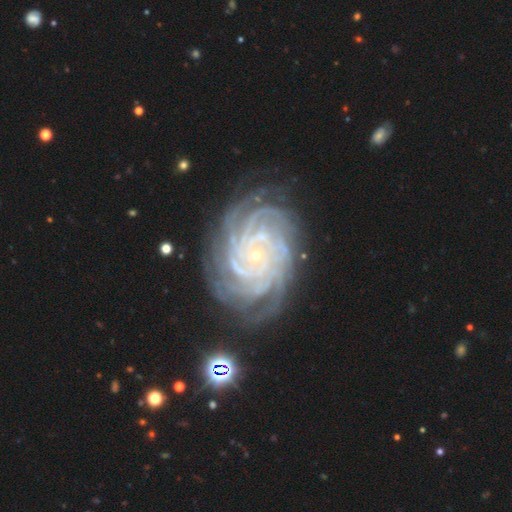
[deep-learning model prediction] A featured or disk galaxy (91%) with no bar (73%), more than 4 (39%) tight (82%) spiral arms (99%) and a small central bulge (87%).

Vote fractions:
- Smooth or featured? featured or disk: 91% / star or artifact: 5% / smooth: 4%
- Edge-on disk? no: 98% / yes: 2%
- Bar? no: 73% / weak: 18% / strong: 9%
- Spiral arms? yes: 99% / no: 1%
- Spiral winding? tight: 82% / medium: 16% / loose: 2%
- Spiral arm count? more than 4: 39% / 4: 25% / can't tell: 12% / 3: 9% / 2: 8% / 1: 7%
- Bulge size? small: 87% / moderate: 9% / none: 2% / large: 1% / dominant: 1%
- Merging? none: 78% / minor disturbance: 15% / major disturbance: 5% / merger: 2%